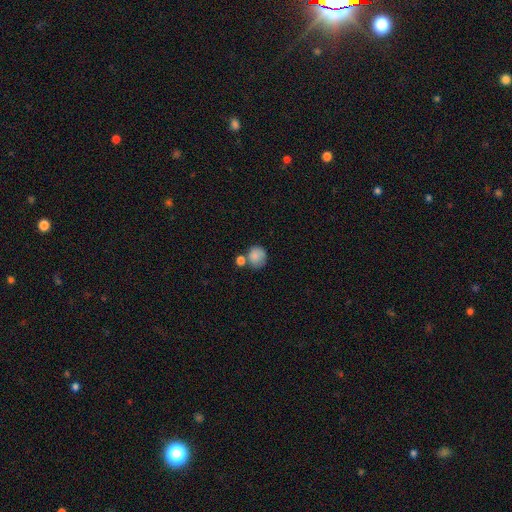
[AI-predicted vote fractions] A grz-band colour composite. It shows a smooth galaxy with no disk features (84%) that is round (82%). Merging: none (55%).